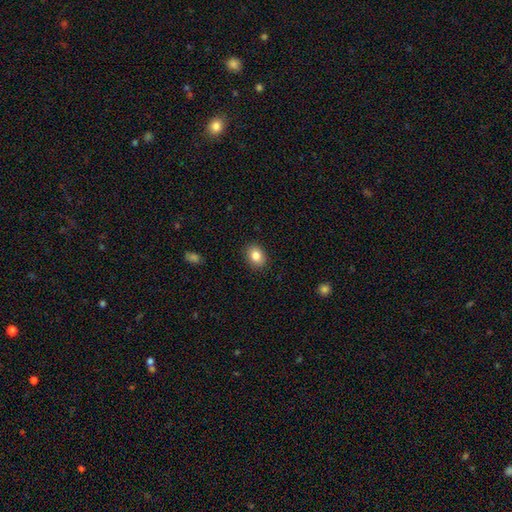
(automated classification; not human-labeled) A smooth galaxy with no disk features (85%) that is in between round and cigar-shaped (65%). Merging: none (89%).